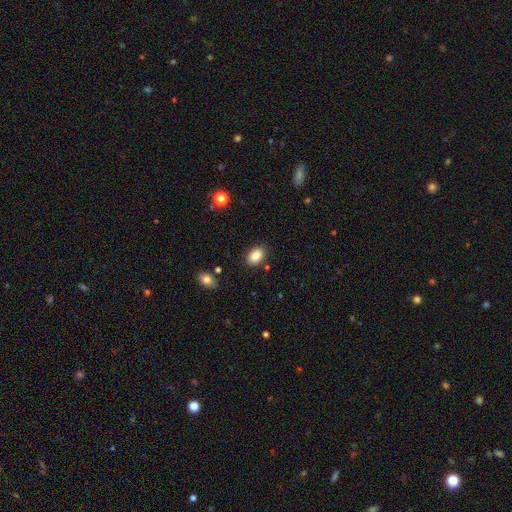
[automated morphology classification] Smooth or featured? Predicted: smooth (p=0.86). How rounded? Predicted: in between (p=0.85). Merging? Predicted: none (p=0.86).